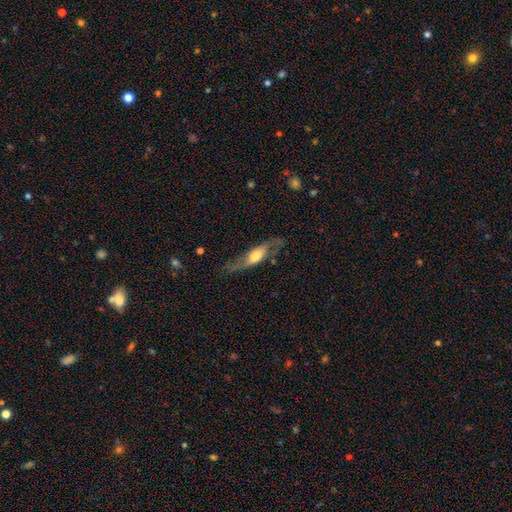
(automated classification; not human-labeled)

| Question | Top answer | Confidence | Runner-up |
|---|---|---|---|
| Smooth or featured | featured or disk | 62% | smooth (32%) |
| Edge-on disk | no | 54% | yes (46%) |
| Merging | none | 66% | minor disturbance (20%) |